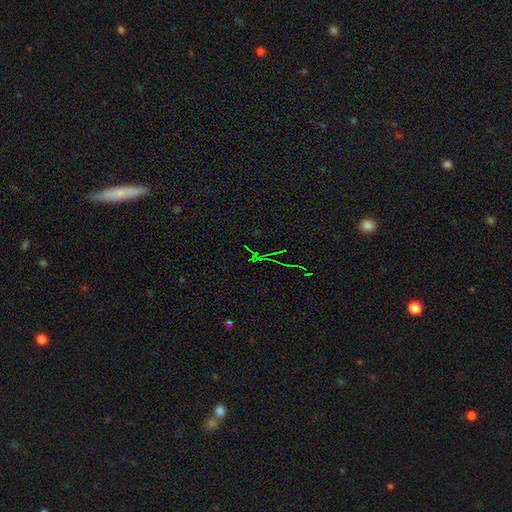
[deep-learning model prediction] The model was most divided on "smooth or featured": star or artifact: 76%, smooth: 13%, featured or disk: 11%.